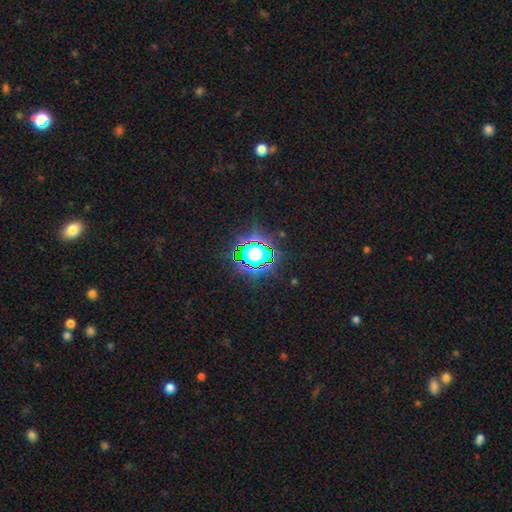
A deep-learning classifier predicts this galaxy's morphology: This is clearly a star or artifact rather than a galaxy (82%).